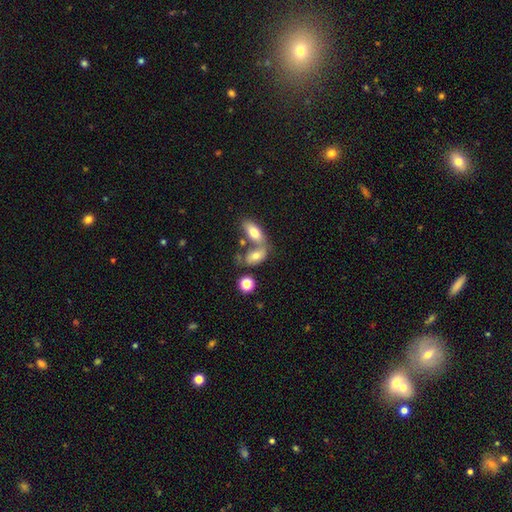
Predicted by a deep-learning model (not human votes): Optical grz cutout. It shows a smooth galaxy with no disk features (72%) that is in between round and cigar-shaped (85%). Merging: merger (51%).